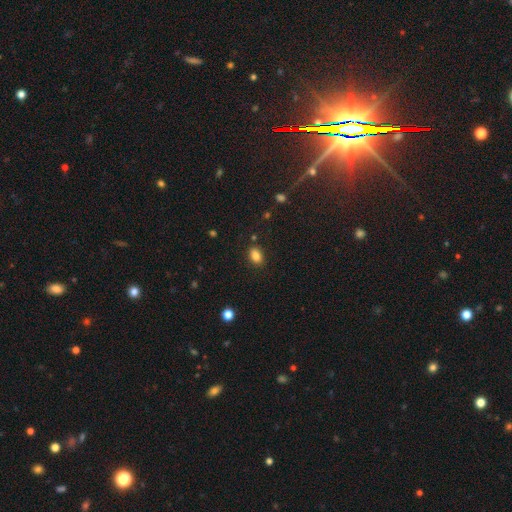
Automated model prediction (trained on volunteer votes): Morphology: type=smooth (85%); roundness=in between (80%); merging=none (84%).